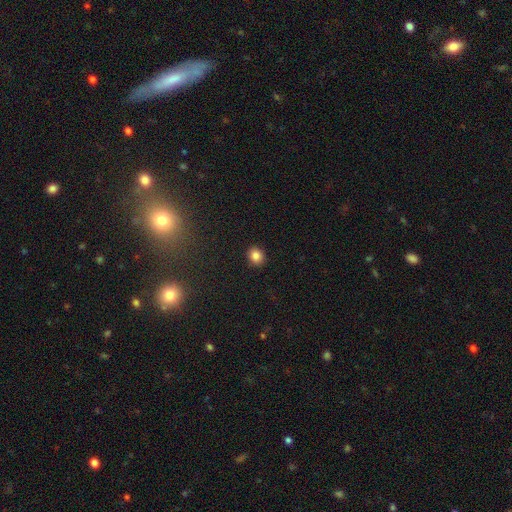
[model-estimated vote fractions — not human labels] Smooth or featured? smooth (84%)
How rounded? round (69%)
Merging? none (91%)